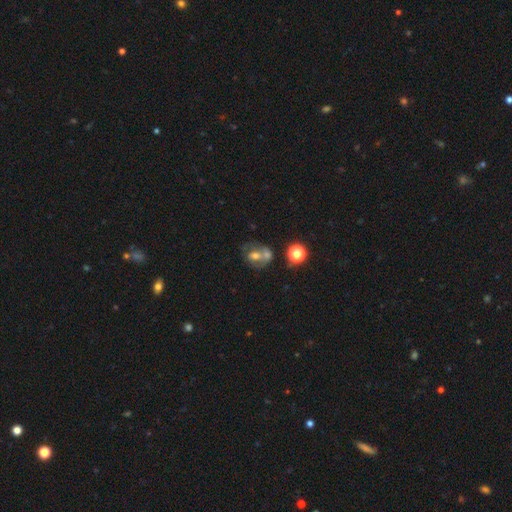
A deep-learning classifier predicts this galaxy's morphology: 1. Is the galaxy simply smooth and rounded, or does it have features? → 47% smooth, 39% featured or disk, 14% star or artifact.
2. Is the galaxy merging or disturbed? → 54% merger, 27% none, 11% minor disturbance, 8% major disturbance.